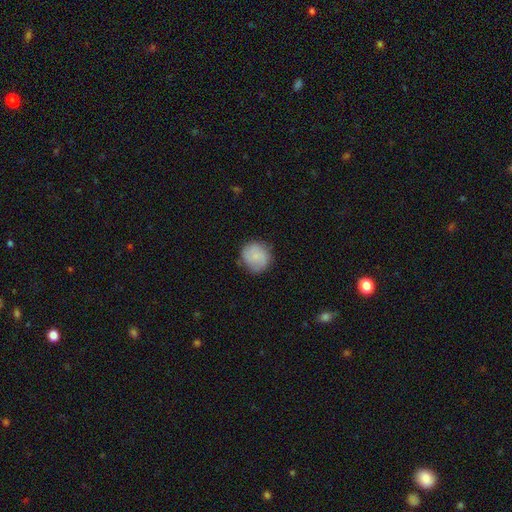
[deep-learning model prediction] smooth_or_featured: smooth (p=0.75) [alt: featured or disk p=0.18]
how_rounded: round (p=0.89) [alt: in between p=0.10]
merging: none (p=0.75) [alt: minor disturbance p=0.18]